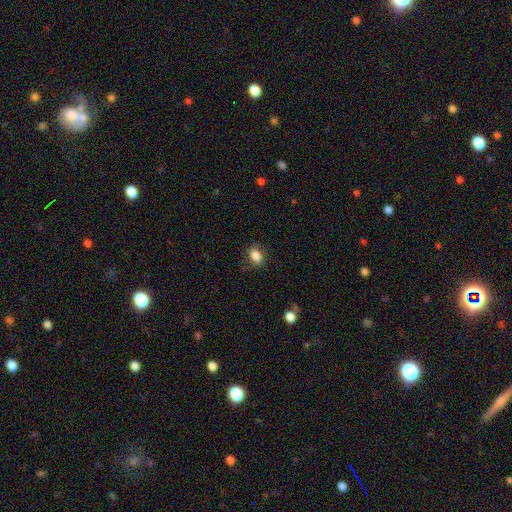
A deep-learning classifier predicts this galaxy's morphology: This appears to be a smooth galaxy with no disk features (85%) that is in between round and cigar-shaped (76%). Merging: none (79%).